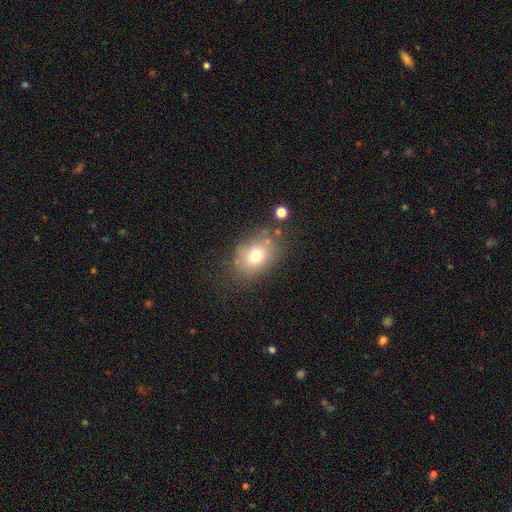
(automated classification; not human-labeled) smooth_or_featured: smooth (p=0.73) [alt: featured or disk p=0.15]
how_rounded: in between (p=0.64) [alt: round p=0.35]
merging: none (p=0.71) [alt: minor disturbance p=0.17]